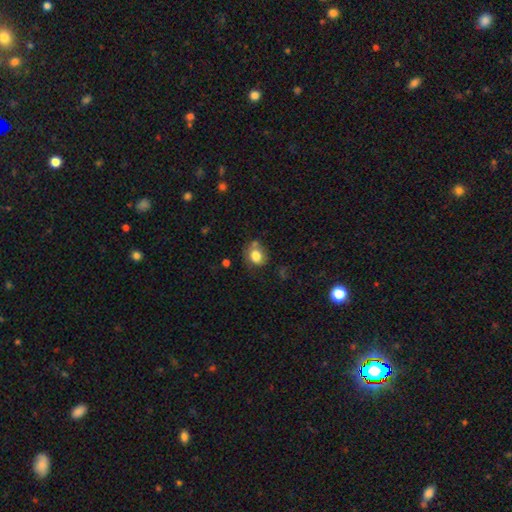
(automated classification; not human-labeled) smooth 79%, featured or disk 11%, star or artifact 10%. Down the decision tree: how rounded — round (61%); merging — none (58%).